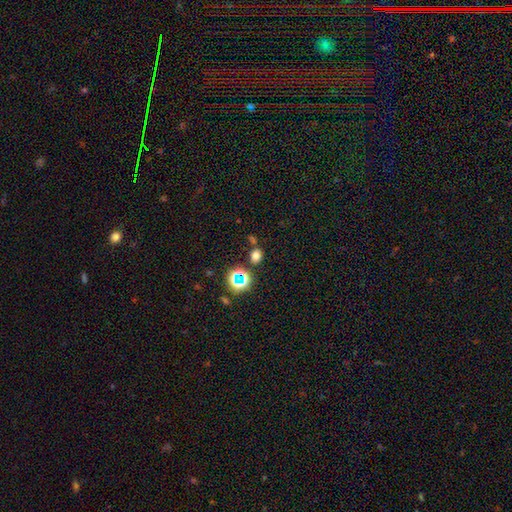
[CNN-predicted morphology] Smooth or featured? Predicted: smooth (p=0.68). How rounded? Predicted: round (p=0.63). Merging? Predicted: none (p=0.73).